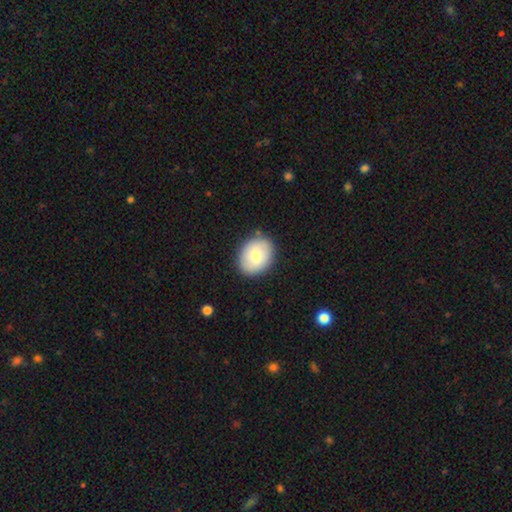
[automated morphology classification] smooth-or-featured: smooth: 76% | featured or disk: 18% | star or artifact: 6%
  how-rounded: in between: 57% | round: 42% | cigar-shaped: 1%
  merging: none: 87% | minor disturbance: 9% | major disturbance: 2% | merger: 1%